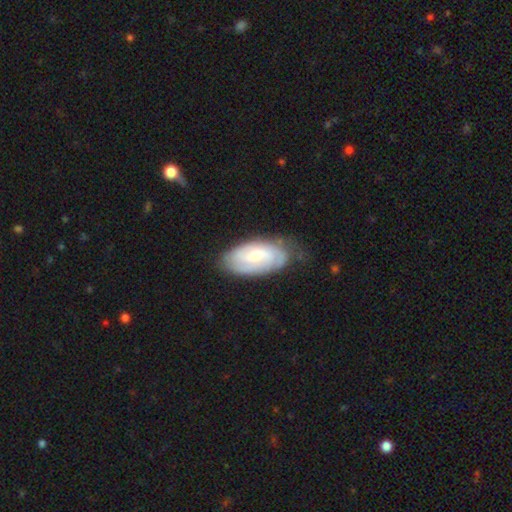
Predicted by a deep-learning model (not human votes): A featured or disk galaxy (69%) with a weak bar (46%), 2 (41%) tight (56%) spiral arms (90%) and a moderate central bulge (49%). Merging: none (68%).